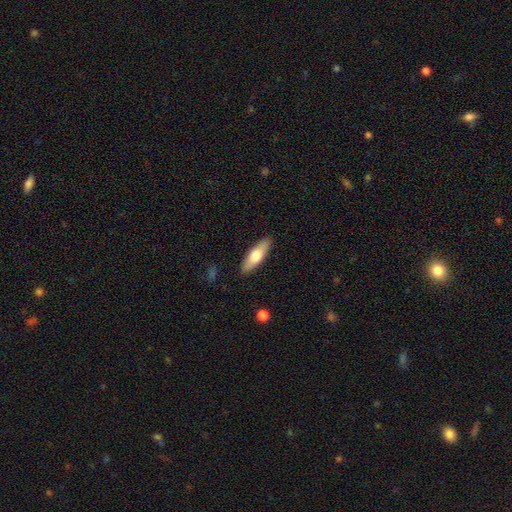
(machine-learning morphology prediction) Smooth or featured?
  - smooth: 63% *
  - featured or disk: 32%
  - star or artifact: 5%
How rounded?
  - in between: 51% *
  - cigar-shaped: 47%
  - round: 2%
Merging?
  - none: 89% *
  - minor disturbance: 9%
  - major disturbance: 2%
  - merger: 1%